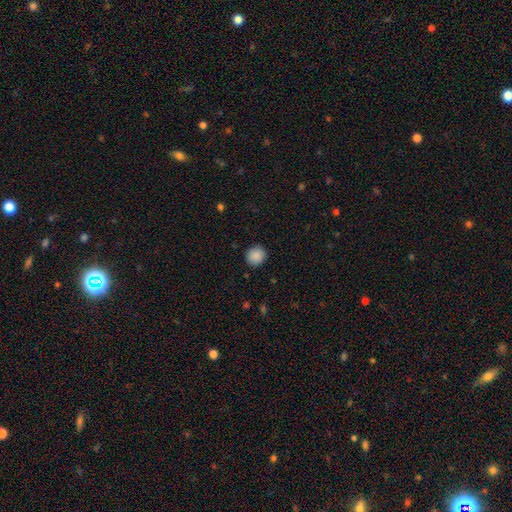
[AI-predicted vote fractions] smooth_or_featured: smooth (p=0.88) [alt: star or artifact p=0.08]
how_rounded: round (p=0.89) [alt: in between p=0.10]
merging: none (p=0.90) [alt: minor disturbance p=0.07]